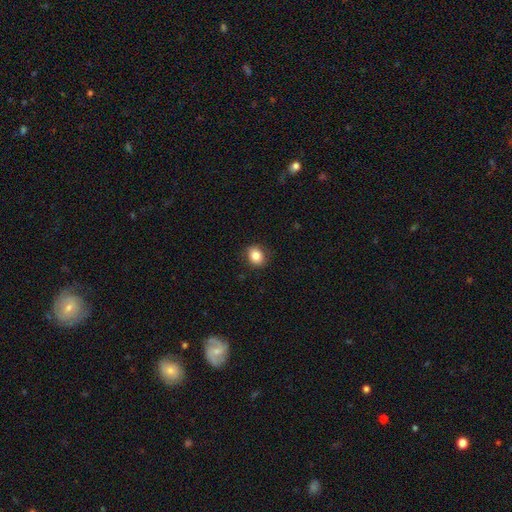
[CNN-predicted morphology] This is clearly a smooth galaxy (85%). How rounded: possibly round (52%). Merging: clearly none (86%).